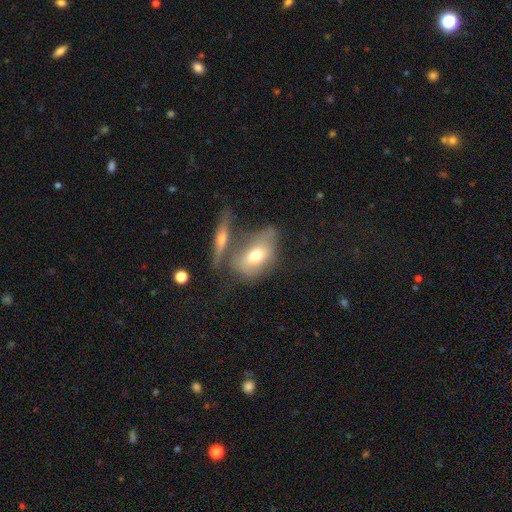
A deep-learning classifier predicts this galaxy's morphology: Smooth or featured? Predicted: smooth (p=0.59). How rounded? Predicted: in between (p=0.79). Merging? Predicted: none (p=0.35, tied with merger).